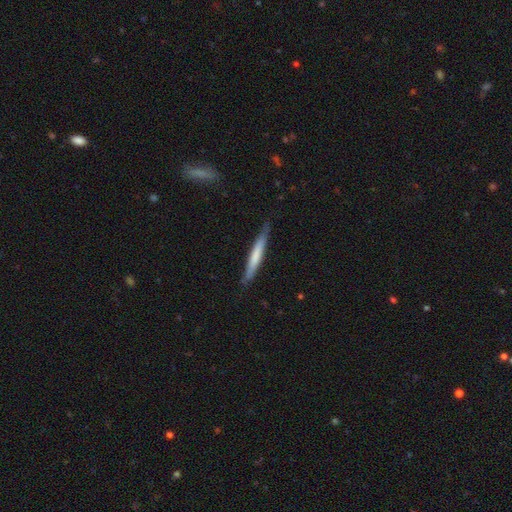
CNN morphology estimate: smooth 62%, featured or disk 33%, star or artifact 5%. Down the decision tree: how rounded — cigar-shaped (95%); merging — none (82%).